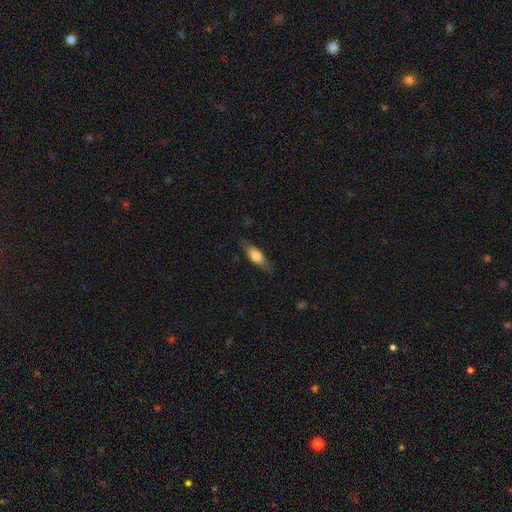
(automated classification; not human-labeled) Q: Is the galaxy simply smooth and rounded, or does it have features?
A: smooth — 67%.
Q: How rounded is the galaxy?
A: in between — 64%.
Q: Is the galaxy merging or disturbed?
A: none — 77%.